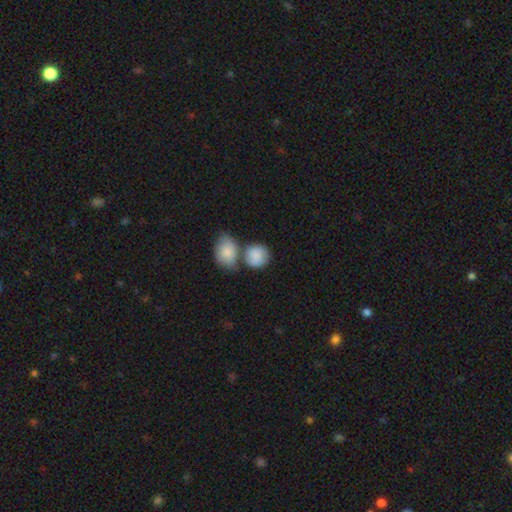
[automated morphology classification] Smooth or featured? smooth (86%)
How rounded? round (69%)
Merging? none (43%)